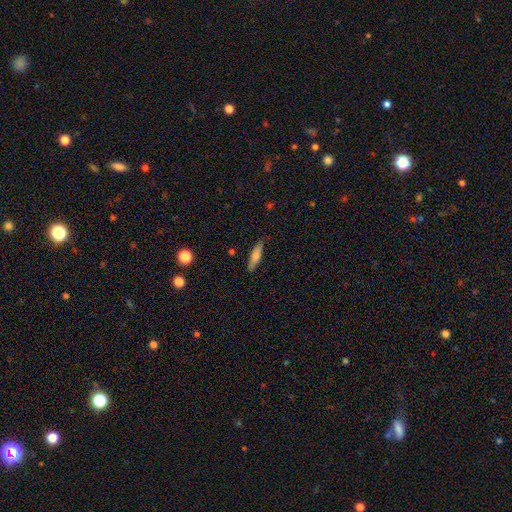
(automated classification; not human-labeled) Overall: smooth (67%). How rounded: cigar-shaped (71%). Merging: none (86%).